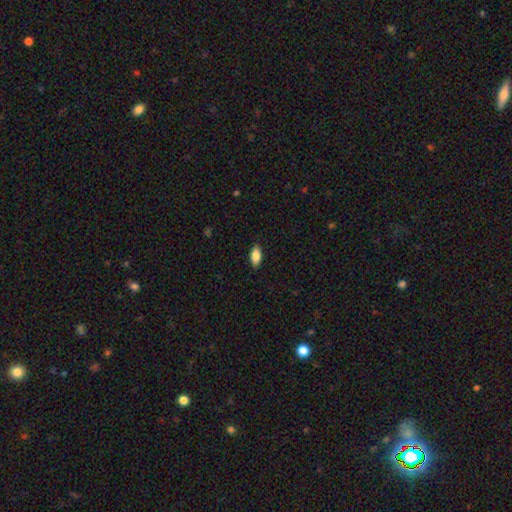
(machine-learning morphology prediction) Smooth or featured?
  - smooth: 82% *
  - featured or disk: 11%
  - star or artifact: 7%
How rounded?
  - in between: 88% *
  - cigar-shaped: 9%
  - round: 3%
Merging?
  - none: 88% *
  - minor disturbance: 9%
  - major disturbance: 2%
  - merger: 1%